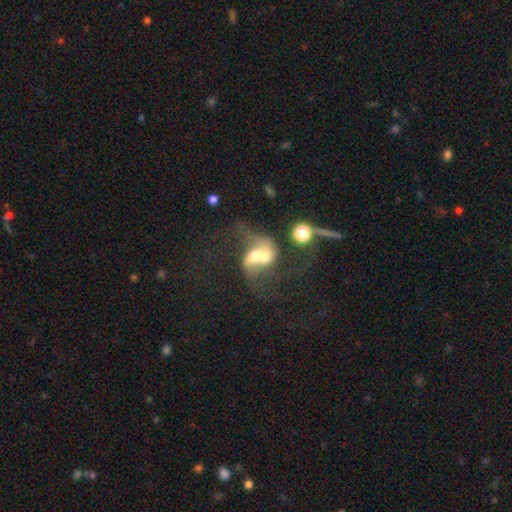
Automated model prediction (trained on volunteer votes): Morphology: type=featured or disk (53%); edge-on=no (96%); bar=no (73%); spiral arms=yes (58%); bulge=moderate (51%); merging=merger (75%).